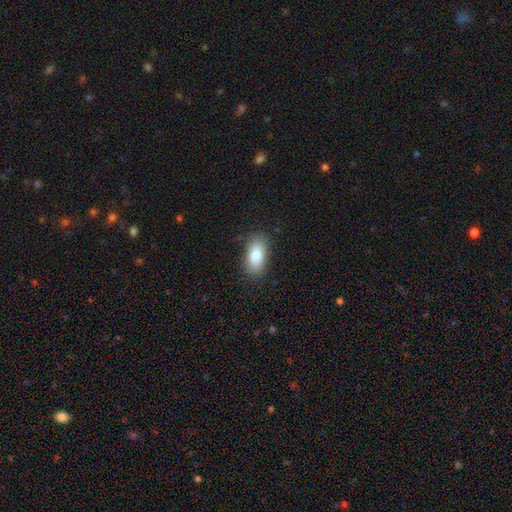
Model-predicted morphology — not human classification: Overall: smooth (81%). How rounded: in between (90%). Merging: none (84%).